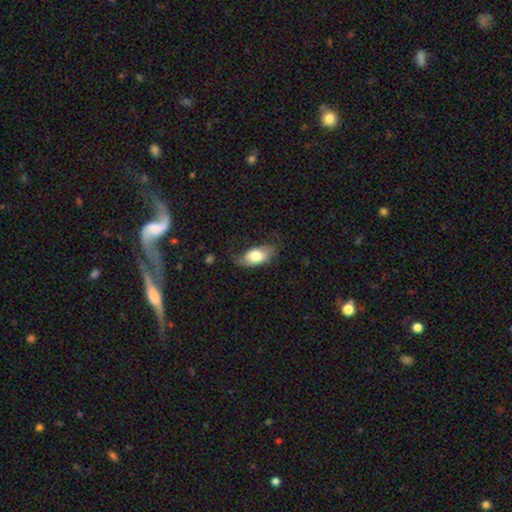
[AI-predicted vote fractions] Smooth or featured: smooth — 69% (featured or disk — 24%)
How rounded: in between — 89% (cigar-shaped — 5%)
Merging: none — 54% (minor disturbance — 31%)